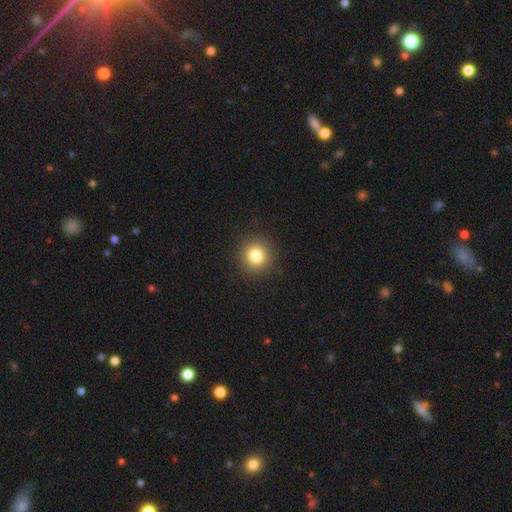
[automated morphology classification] smooth_or_featured: smooth (p=0.81) [alt: star or artifact p=0.12]
how_rounded: round (p=0.93) [alt: in between p=0.06]
merging: none (p=0.91) [alt: minor disturbance p=0.06]